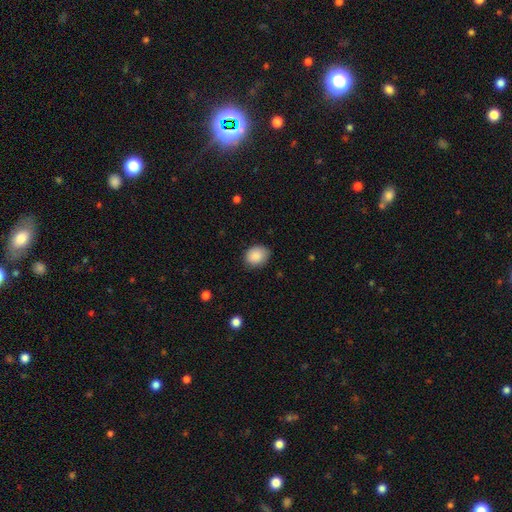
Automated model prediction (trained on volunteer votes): Overall: smooth (89%). How rounded: round (54%; in between 45%). Merging: none (81%).